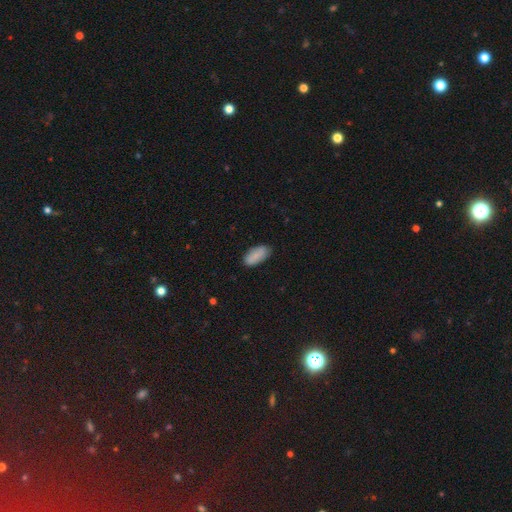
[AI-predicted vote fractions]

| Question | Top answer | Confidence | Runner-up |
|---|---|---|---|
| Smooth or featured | smooth | 85% | featured or disk (8%) |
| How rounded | in between | 91% | cigar-shaped (7%) |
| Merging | none | 79% | minor disturbance (17%) |